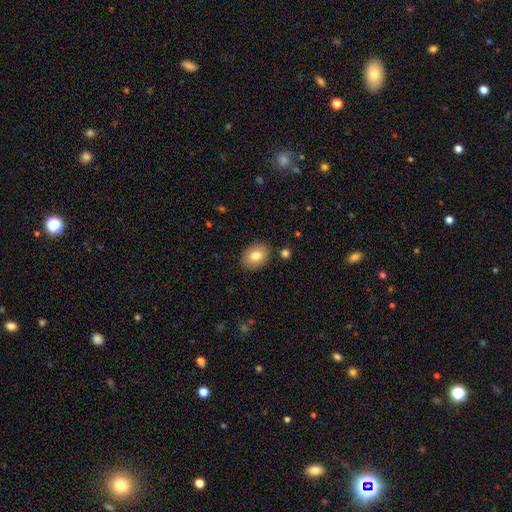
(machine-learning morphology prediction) A smooth galaxy with no disk features (80%) that is in between round and cigar-shaped (74%). Merging: none (86%).